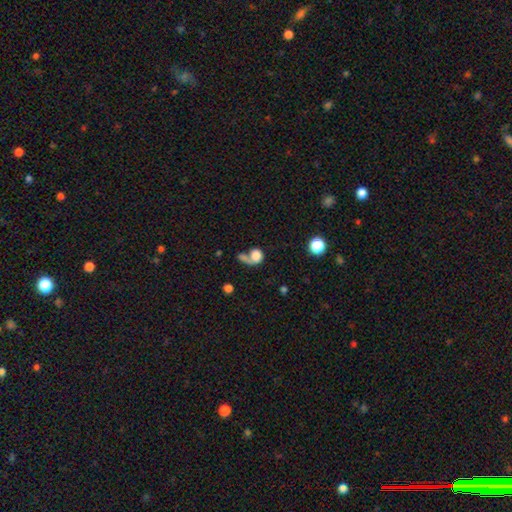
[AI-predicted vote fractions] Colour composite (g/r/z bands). It shows a smooth galaxy with no disk features (69%) that is round (59%). Merging: merger (37%).